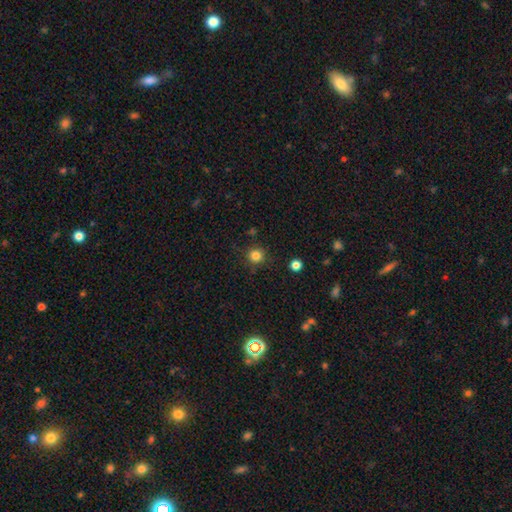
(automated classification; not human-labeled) smooth_or_featured: smooth (p=0.83) [alt: star or artifact p=0.13]
how_rounded: round (p=0.93) [alt: in between p=0.06]
merging: none (p=0.87) [alt: minor disturbance p=0.08]